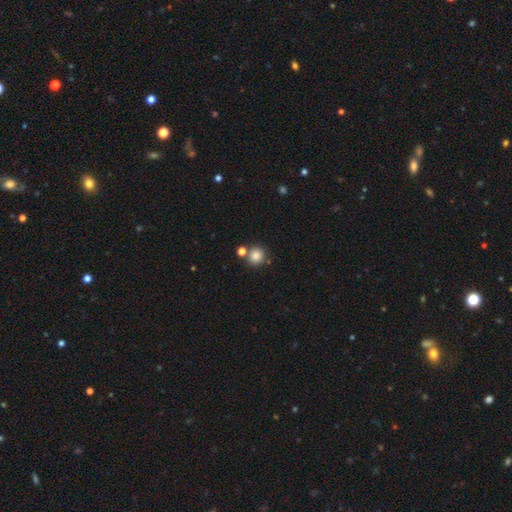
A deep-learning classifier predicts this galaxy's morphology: Smooth or featured? smooth (83%)
How rounded? round (92%)
Merging? none (73%)